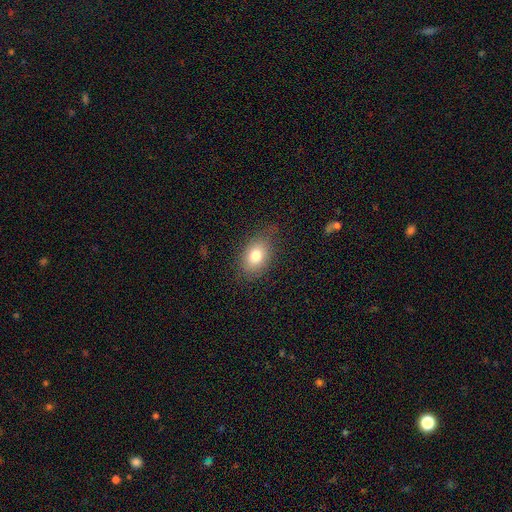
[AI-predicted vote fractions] Morphology: type=smooth (77%); roundness=in between (78%); merging=none (75%).